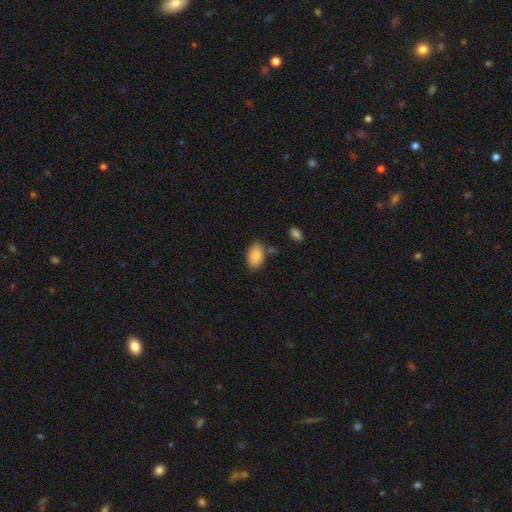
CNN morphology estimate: smooth 88%, star or artifact 7%, featured or disk 5%. Down the decision tree: how rounded — in between (89%); merging — none (70%).